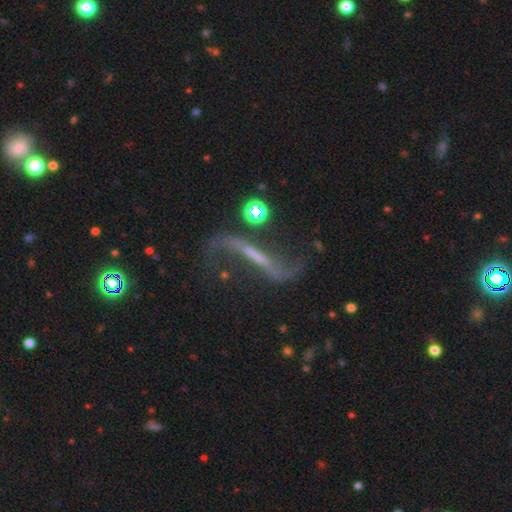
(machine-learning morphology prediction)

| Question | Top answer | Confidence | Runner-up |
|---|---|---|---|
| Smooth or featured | featured or disk | 80% | smooth (10%) |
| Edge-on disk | no | 78% | yes (22%) |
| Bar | strong | 60% | weak (24%) |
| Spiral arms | yes | 89% | no (11%) |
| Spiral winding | loose | 92% | medium (5%) |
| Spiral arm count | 2 | 90% | 1 (5%) |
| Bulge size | none | 51% | small (32%) |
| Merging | none | 56% | major disturbance (19%) |